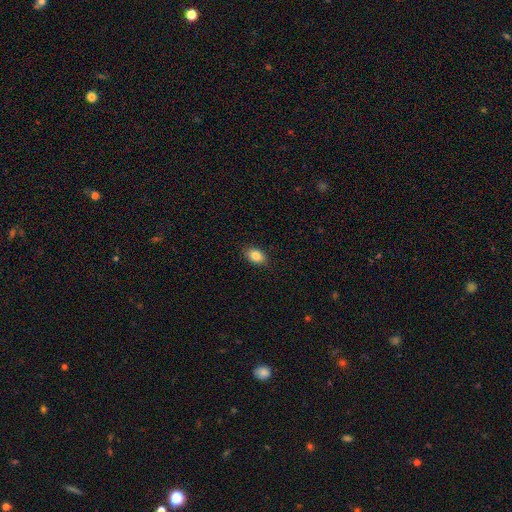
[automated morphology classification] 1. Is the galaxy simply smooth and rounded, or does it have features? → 85% smooth, 8% star or artifact, 7% featured or disk.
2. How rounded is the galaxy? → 83% in between, 15% round, 1% cigar-shaped.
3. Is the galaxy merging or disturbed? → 87% none, 10% minor disturbance, 2% major disturbance, 1% merger.